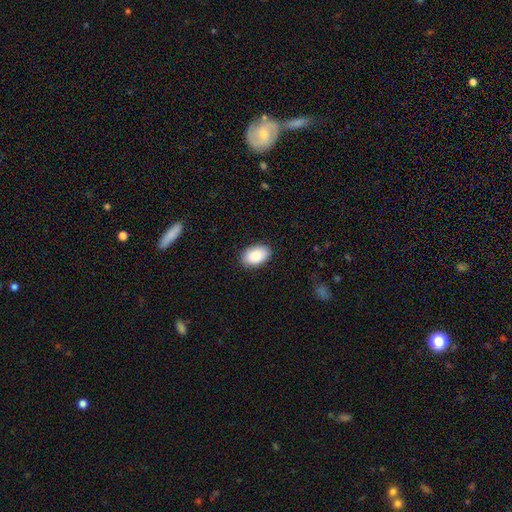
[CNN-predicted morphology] smooth_or_featured: smooth (p=0.89) [alt: star or artifact p=0.06]
how_rounded: in between (p=0.92) [alt: round p=0.06]
merging: none (p=0.87) [alt: minor disturbance p=0.10]